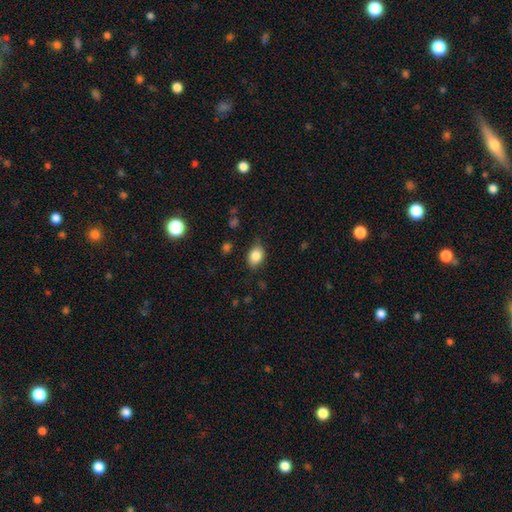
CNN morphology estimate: This appears to be a smooth galaxy with no disk features (84%) that is in between round and cigar-shaped (70%). Merging: none (75%).